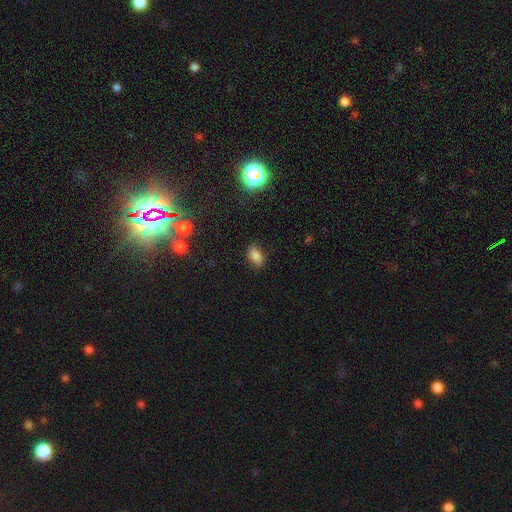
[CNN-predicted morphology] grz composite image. It shows a smooth galaxy with no disk features (83%) that is in between round and cigar-shaped (90%). Merging: none (85%).